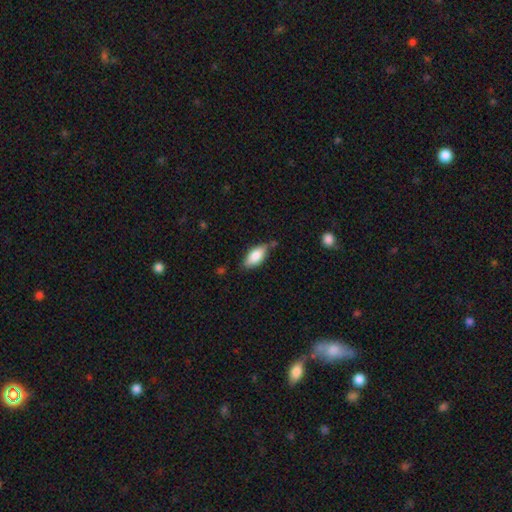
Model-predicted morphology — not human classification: smooth 79%, featured or disk 15%, star or artifact 6%. Down the decision tree: how rounded — in between (84%); merging — none (68%).